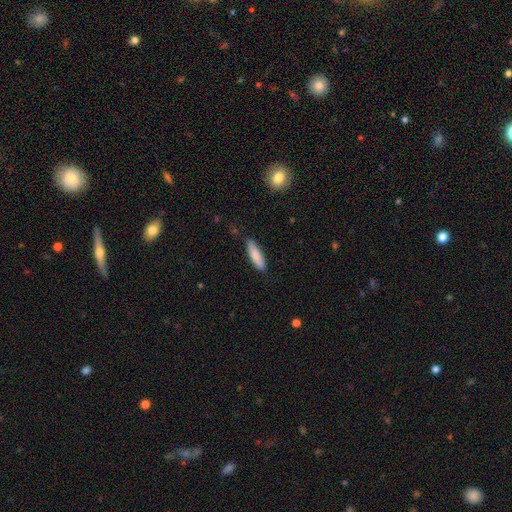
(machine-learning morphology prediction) This appears to be a smooth galaxy with no disk features (85%) that is cigar-shaped (62%). Merging: none (83%).